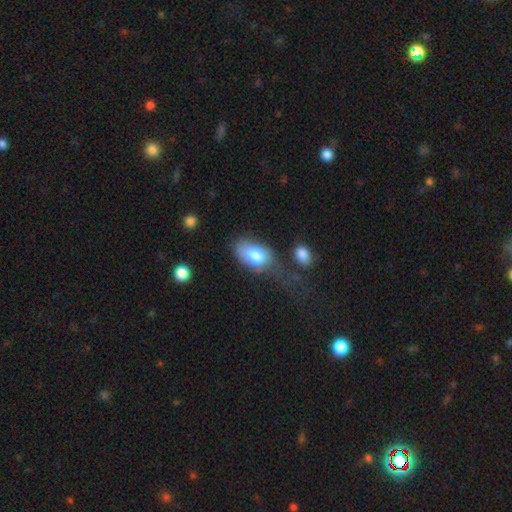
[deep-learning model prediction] smooth 77%, featured or disk 16%, star or artifact 7%. Down the decision tree: how rounded — in between (89%); merging — none (34%).